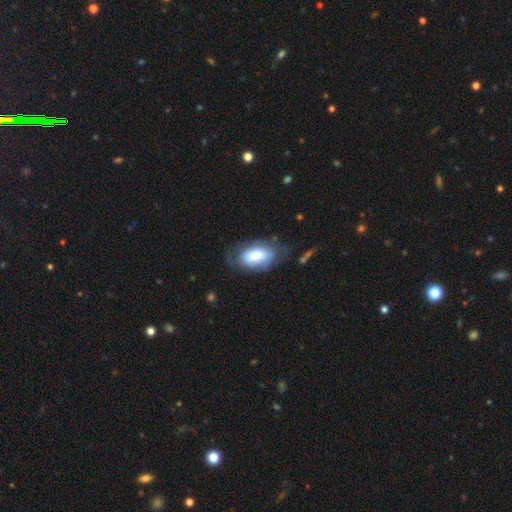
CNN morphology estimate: smooth-or-featured: smooth: 66% | featured or disk: 27% | star or artifact: 6%
  how-rounded: in between: 92% | round: 6% | cigar-shaped: 2%
  merging: none: 58% | minor disturbance: 25% | major disturbance: 15% | merger: 3%